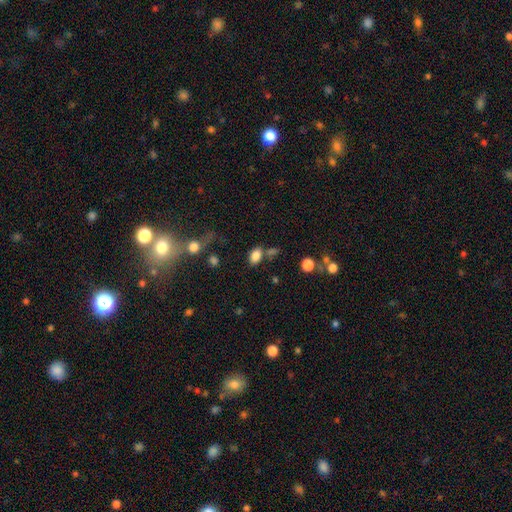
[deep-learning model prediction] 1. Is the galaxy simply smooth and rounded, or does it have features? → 82% smooth, 10% star or artifact, 8% featured or disk.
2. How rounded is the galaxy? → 88% in between, 10% round, 2% cigar-shaped.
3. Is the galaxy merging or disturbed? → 66% none, 15% merger, 14% minor disturbance, 5% major disturbance.